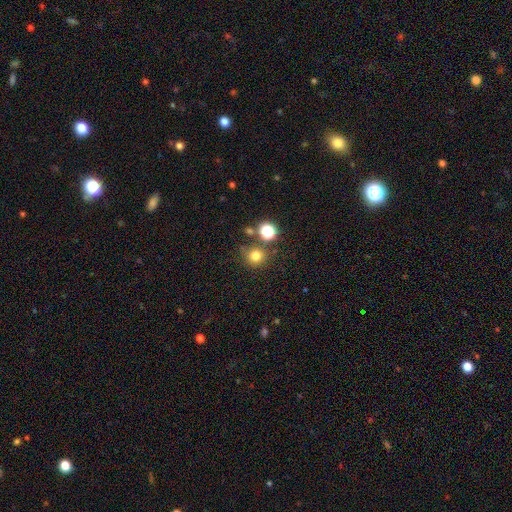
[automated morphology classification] Smooth or featured? Predicted: smooth (p=0.75). How rounded? Predicted: round (p=0.90). Merging? Predicted: none (p=0.74).